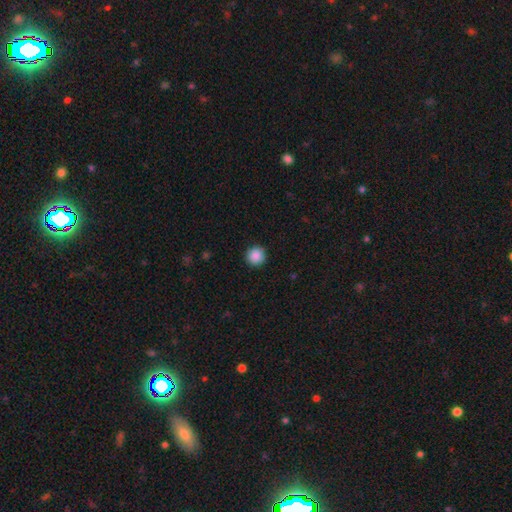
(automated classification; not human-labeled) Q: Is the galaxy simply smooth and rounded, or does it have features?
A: smooth — 88%.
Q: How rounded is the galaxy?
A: round — 95%.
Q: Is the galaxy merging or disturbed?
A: none — 92%.